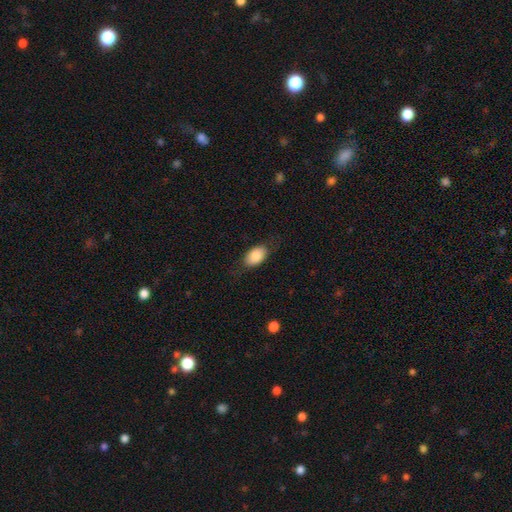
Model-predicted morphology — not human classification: Smooth or featured: smooth — 84% (featured or disk — 10%)
How rounded: in between — 89% (round — 9%)
Merging: none — 77% (minor disturbance — 17%)